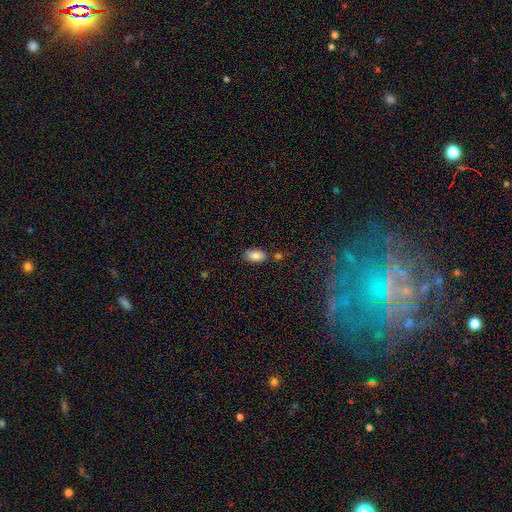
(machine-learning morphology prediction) Smooth or featured?
  - smooth: 86% *
  - star or artifact: 8%
  - featured or disk: 6%
How rounded?
  - in between: 93% *
  - round: 5%
  - cigar-shaped: 2%
Merging?
  - none: 71% *
  - minor disturbance: 17%
  - merger: 8%
  - major disturbance: 4%